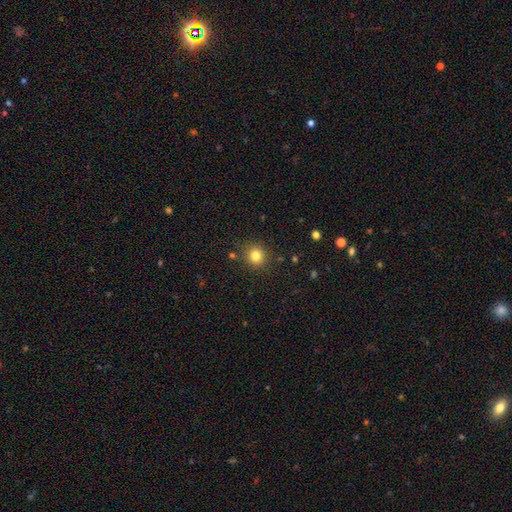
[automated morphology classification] This appears to be a smooth galaxy with no disk features (80%) that is round (91%). Merging: none (87%).